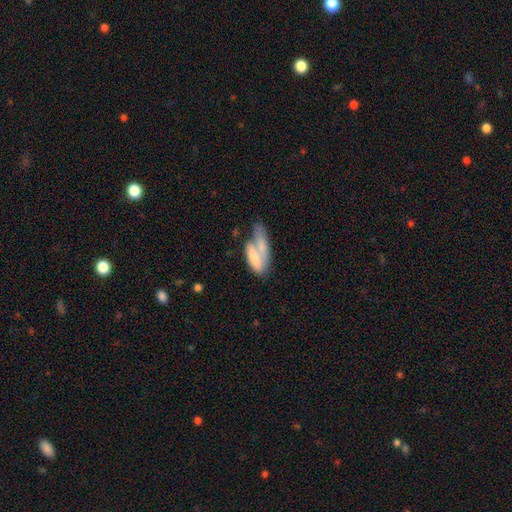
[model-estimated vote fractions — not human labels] This is likely a smooth galaxy (65%). How rounded: likely in between (63%). Merging: possibly merger (47%).